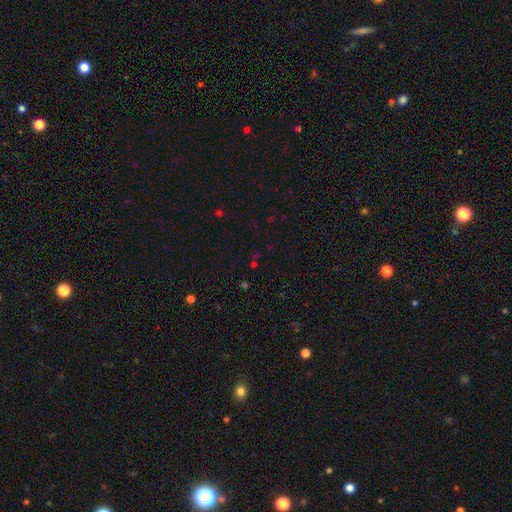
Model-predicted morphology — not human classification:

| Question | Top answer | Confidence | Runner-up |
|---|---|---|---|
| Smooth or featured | star or artifact | 59% | smooth (32%) |